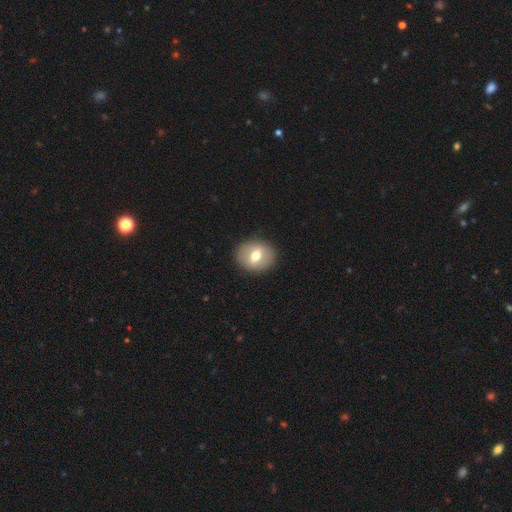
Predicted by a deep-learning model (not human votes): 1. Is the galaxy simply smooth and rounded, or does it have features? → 66% smooth, 25% featured or disk, 8% star or artifact.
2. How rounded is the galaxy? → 67% round, 32% in between, 1% cigar-shaped.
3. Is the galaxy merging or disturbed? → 90% none, 7% minor disturbance, 2% major disturbance, 1% merger.